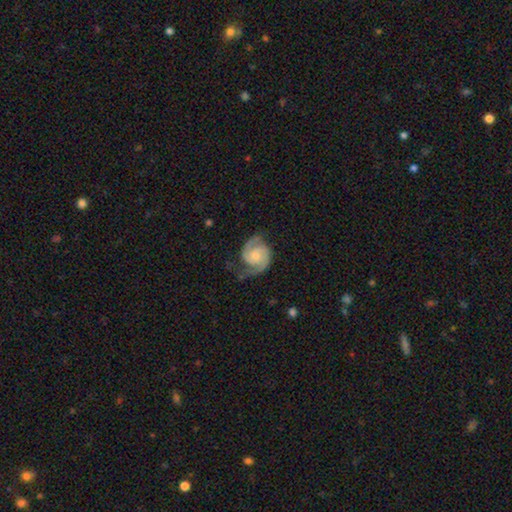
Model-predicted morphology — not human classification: type=featured or disk (88%); edge-on=no (98%); bar=no (60%); spiral arms=yes (98%); winding=medium (50%); arm count=2 (92%); bulge=small (44%); merging=none (69%).